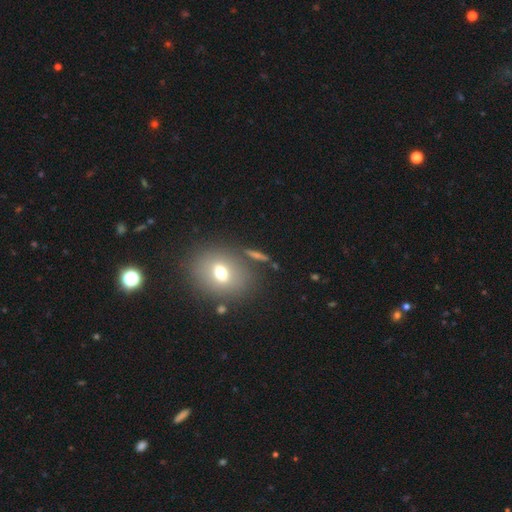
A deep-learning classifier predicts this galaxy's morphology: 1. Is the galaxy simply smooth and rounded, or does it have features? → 54% smooth, 23% star or artifact, 22% featured or disk.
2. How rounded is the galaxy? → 52% round, 40% in between, 7% cigar-shaped.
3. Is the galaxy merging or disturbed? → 77% none, 10% minor disturbance, 8% merger, 4% major disturbance.